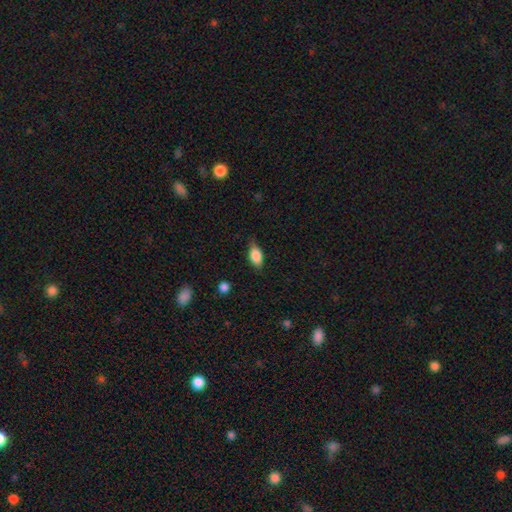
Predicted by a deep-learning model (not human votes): A smooth galaxy with no disk features (83%) that is in between round and cigar-shaped (88%). Merging: none (73%).